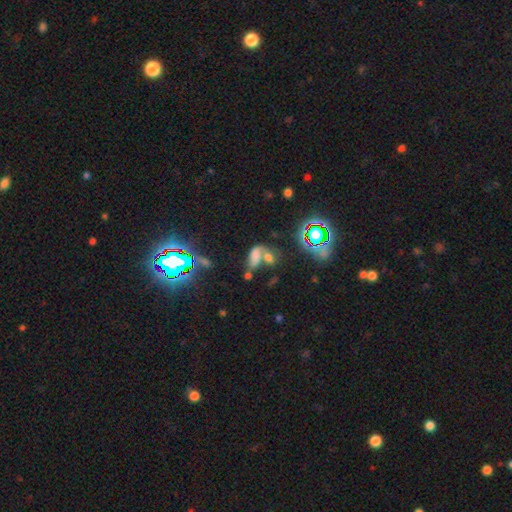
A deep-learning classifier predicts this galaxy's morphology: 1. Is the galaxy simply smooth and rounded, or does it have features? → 56% smooth, 27% star or artifact, 17% featured or disk.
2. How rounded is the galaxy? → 84% in between, 8% round, 7% cigar-shaped.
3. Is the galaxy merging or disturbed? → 60% merger, 21% none, 10% minor disturbance, 10% major disturbance.